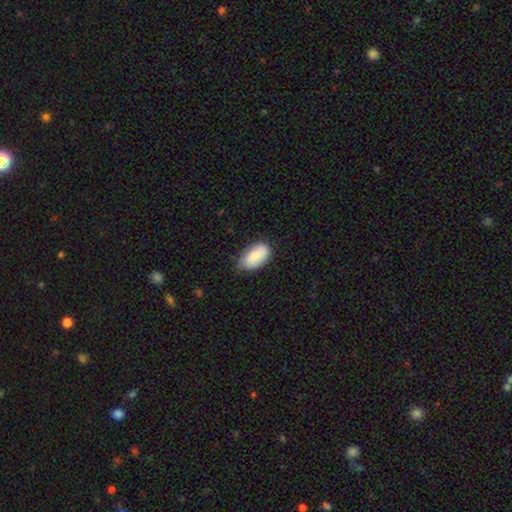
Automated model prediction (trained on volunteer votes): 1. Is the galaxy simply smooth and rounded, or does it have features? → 86% smooth, 8% featured or disk, 6% star or artifact.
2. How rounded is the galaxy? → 94% in between, 3% round, 3% cigar-shaped.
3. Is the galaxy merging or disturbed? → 70% none, 25% minor disturbance, 4% major disturbance, 1% merger.